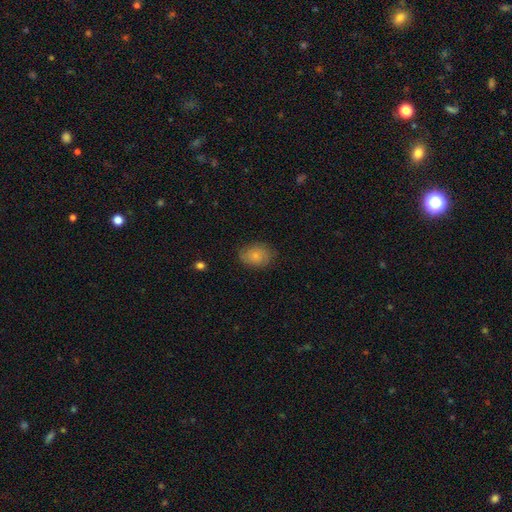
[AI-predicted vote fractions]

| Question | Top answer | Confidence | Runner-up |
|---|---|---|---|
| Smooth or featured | smooth | 79% | featured or disk (14%) |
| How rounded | in between | 70% | round (29%) |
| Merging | none | 77% | minor disturbance (18%) |